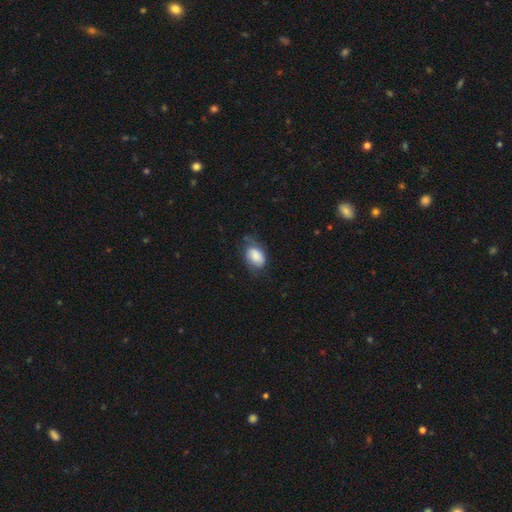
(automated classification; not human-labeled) Smooth or featured? Predicted: smooth (p=0.79). How rounded? Predicted: in between (p=0.87). Merging? Predicted: none (p=0.54).